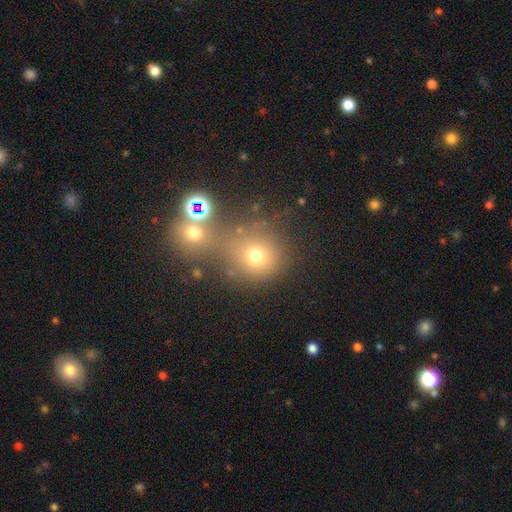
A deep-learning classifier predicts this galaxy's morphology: Overall: smooth (67%). How rounded: round (86%). Merging: none (49%; merger 35%).